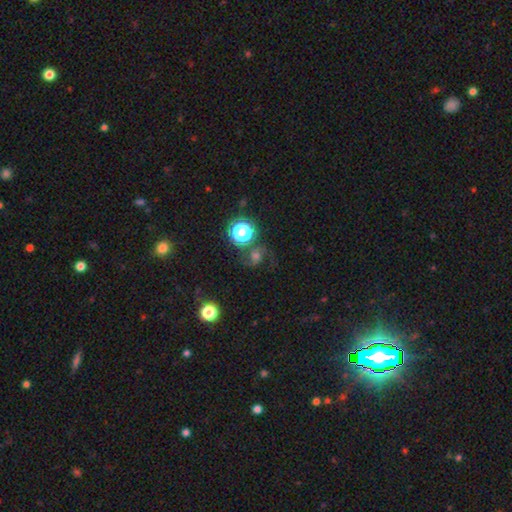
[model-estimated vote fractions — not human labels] This appears to be a featured or disk galaxy (51%). Merging: none (67%).